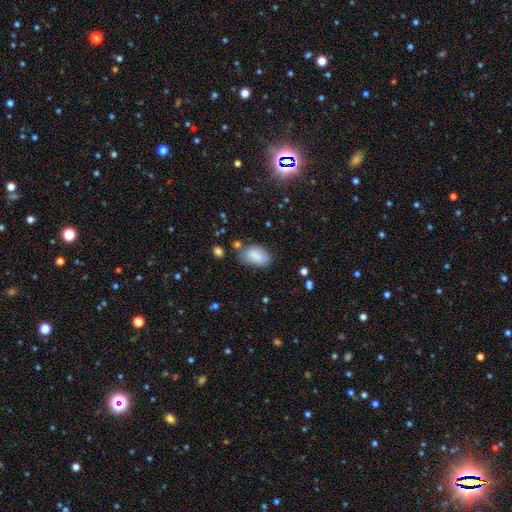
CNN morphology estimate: smooth_or_featured: smooth (p=0.85) [alt: featured or disk p=0.08]
how_rounded: in between (p=0.90) [alt: round p=0.08]
merging: none (p=0.63) [alt: minor disturbance p=0.24]